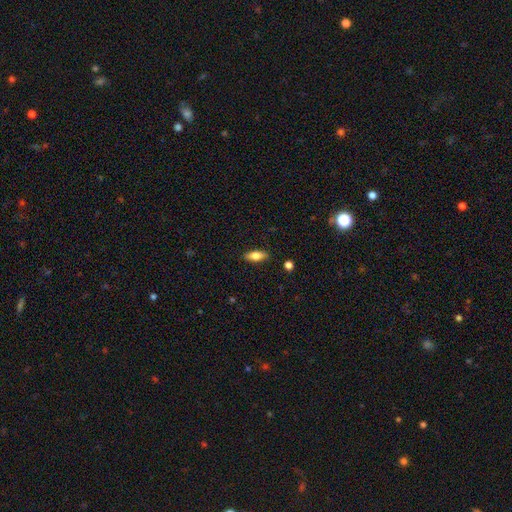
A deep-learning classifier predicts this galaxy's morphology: Overall: smooth (67%). How rounded: in between (69%). Merging: none (87%).